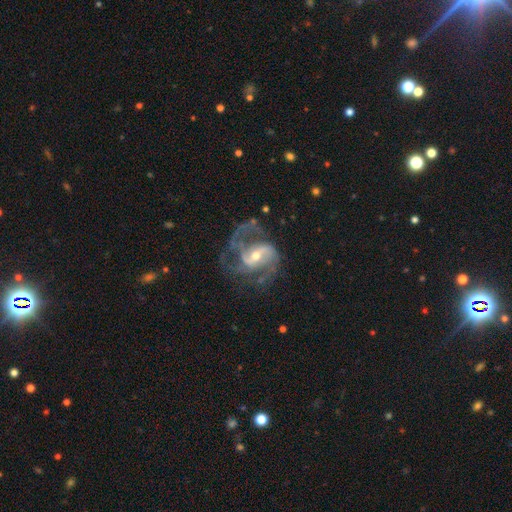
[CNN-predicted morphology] smooth_or_featured: featured or disk (p=0.89) [alt: star or artifact p=0.06]
disk_edge_on: no (p=0.97) [alt: yes p=0.03]
bar: weak (p=0.46) [alt: strong p=0.28]
has_spiral_arms: yes (p=0.95) [alt: no p=0.05]
spiral_winding: medium (p=0.52) [alt: loose p=0.28]
spiral_arm_count: 2 (p=0.59) [alt: 3 p=0.16]
bulge_size: moderate (p=0.52) [alt: small p=0.43]
merging: none (p=0.54) [alt: major disturbance p=0.25]